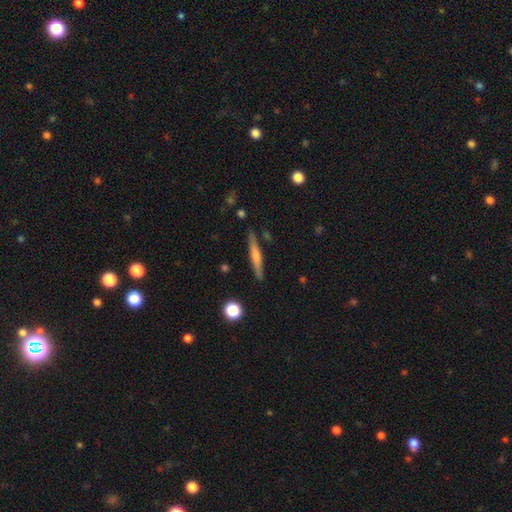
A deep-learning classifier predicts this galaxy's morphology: A smooth galaxy with no disk features (49%). Merging: none (88%).